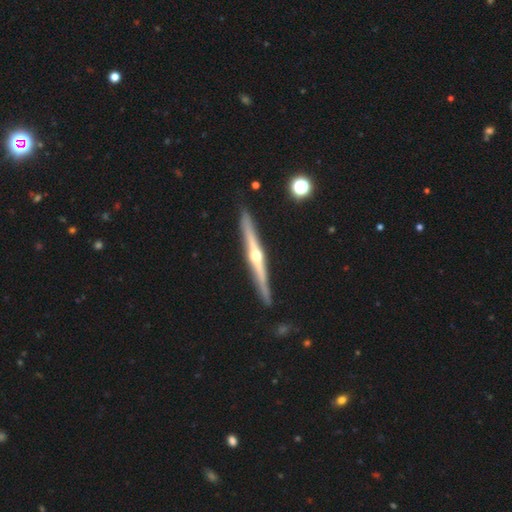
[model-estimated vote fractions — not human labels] Overall: featured or disk (81%). Edge-on disk: yes (98%). Edge-on bulge: rounded (93%). Merging: none (90%).